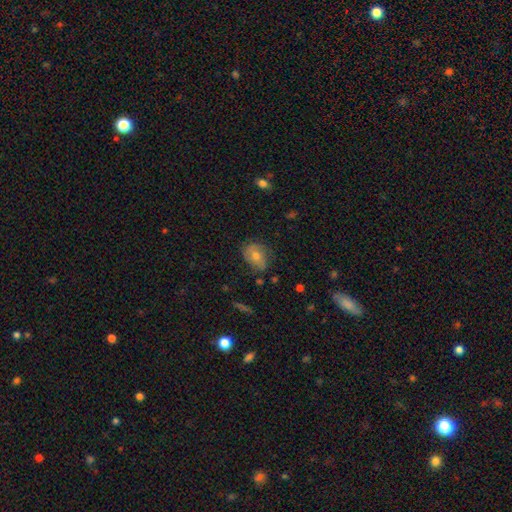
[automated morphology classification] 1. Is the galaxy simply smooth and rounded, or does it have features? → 49% featured or disk, 38% smooth, 13% star or artifact.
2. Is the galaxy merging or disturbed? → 72% none, 20% minor disturbance, 7% major disturbance, 2% merger.